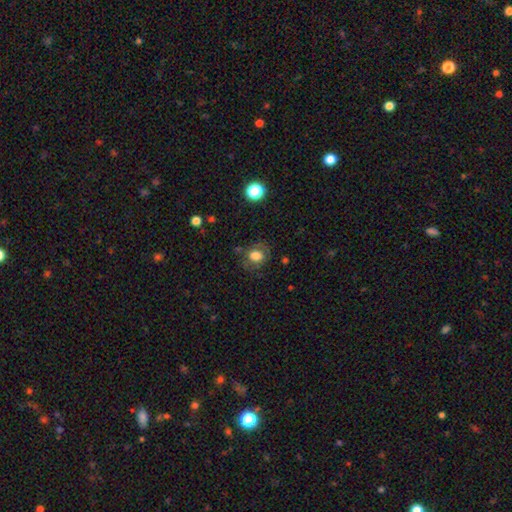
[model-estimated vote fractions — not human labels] Morphology: type=smooth (73%); roundness=round (61%); merging=none (70%).